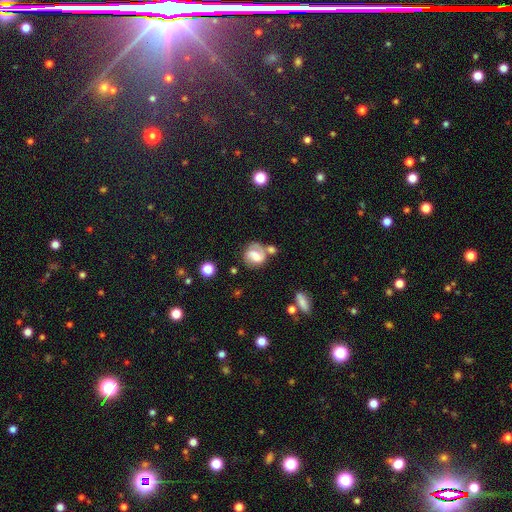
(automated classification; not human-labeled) Smooth or featured?
  - featured or disk: 56% *
  - smooth: 35%
  - star or artifact: 10%
Edge-on disk?
  - no: 97% *
  - yes: 3%
Bar?
  - weak: 41% *
  - no: 34%
  - strong: 25%
Spiral arms?
  - yes: 80% *
  - no: 20%
Bulge size?
  - moderate: 31% *
  - large: 24%
  - small: 21%
  - none: 19%
  - dominant: 4%
Merging?
  - none: 45% *
  - merger: 21%
  - minor disturbance: 20%
  - major disturbance: 14%